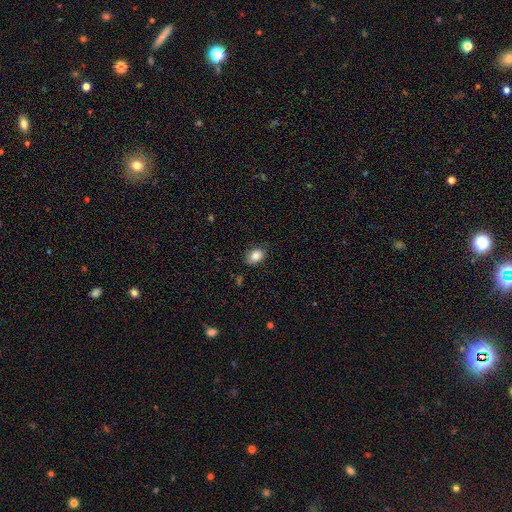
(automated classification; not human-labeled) This is clearly a smooth galaxy (85%). How rounded: likely in between (73%). Merging: clearly none (80%).